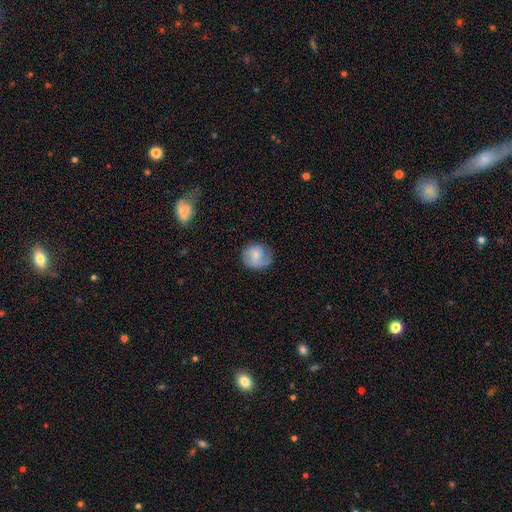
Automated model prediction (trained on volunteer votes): A smooth galaxy with no disk features (64%) that is round (82%).

Vote fractions:
- Smooth or featured? smooth: 64% / featured or disk: 28% / star or artifact: 8%
- How rounded? round: 82% / in between: 17% / cigar-shaped: 1%
- Merging? none: 71% / minor disturbance: 20% / major disturbance: 7% / merger: 1%